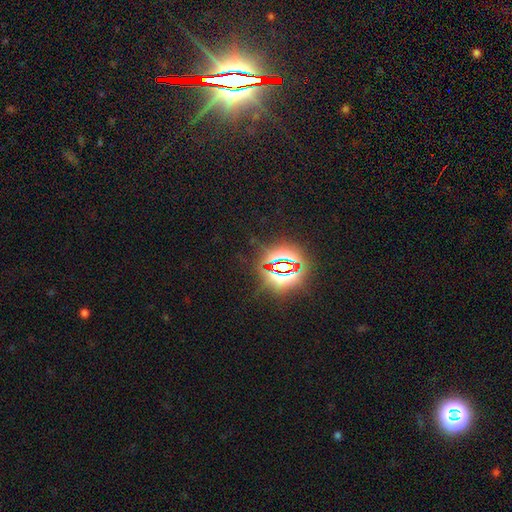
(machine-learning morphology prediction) star or artifact 84%, smooth 8%, featured or disk 8%.